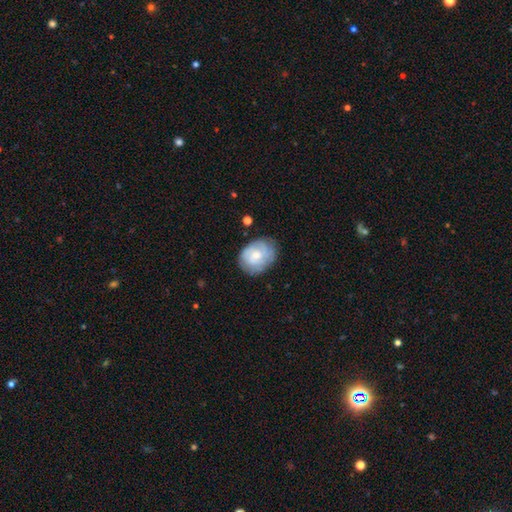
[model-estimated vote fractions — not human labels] smooth-or-featured: smooth: 47% | featured or disk: 46% | star or artifact: 7%
  merging: none: 73% | minor disturbance: 20% | major disturbance: 6% | merger: 2%